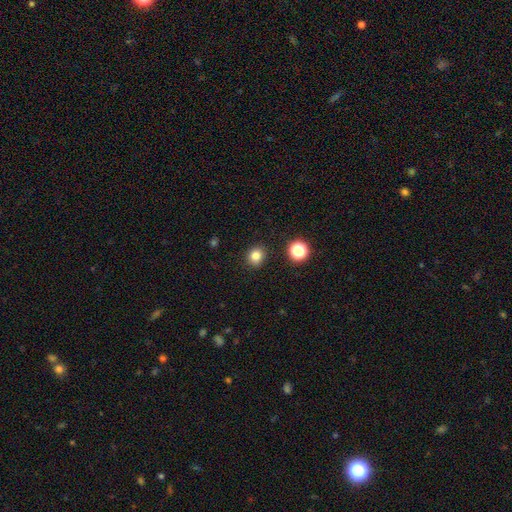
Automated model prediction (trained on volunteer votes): smooth_or_featured: smooth (p=0.81) [alt: star or artifact p=0.13]
how_rounded: round (p=0.78) [alt: in between p=0.22]
merging: none (p=0.89) [alt: minor disturbance p=0.07]